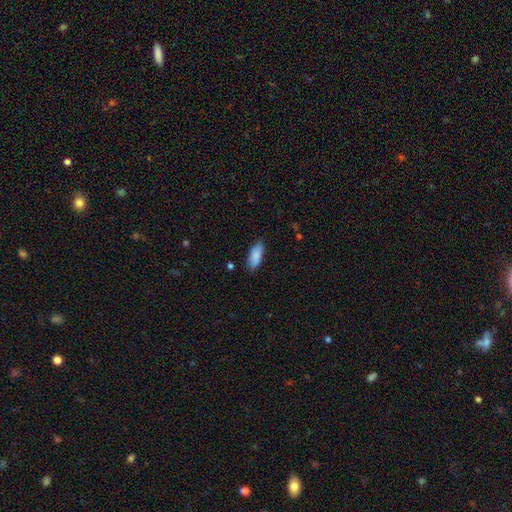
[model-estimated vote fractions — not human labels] smooth 87%, featured or disk 6%, star or artifact 6%. Down the decision tree: how rounded — in between (79%); merging — none (82%).